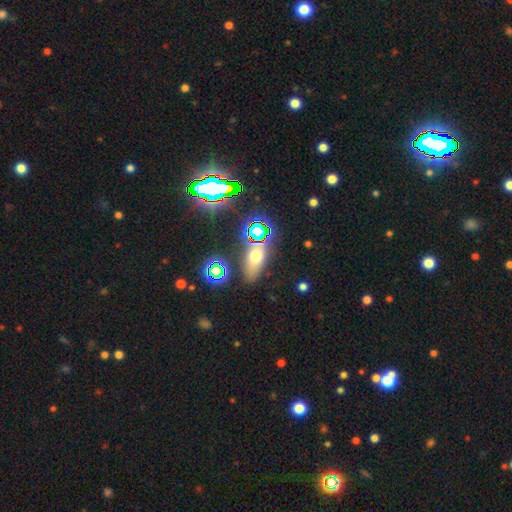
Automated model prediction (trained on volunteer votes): A smooth galaxy with no disk features (52%) that is in between round and cigar-shaped (68%). Merging: none (78%).